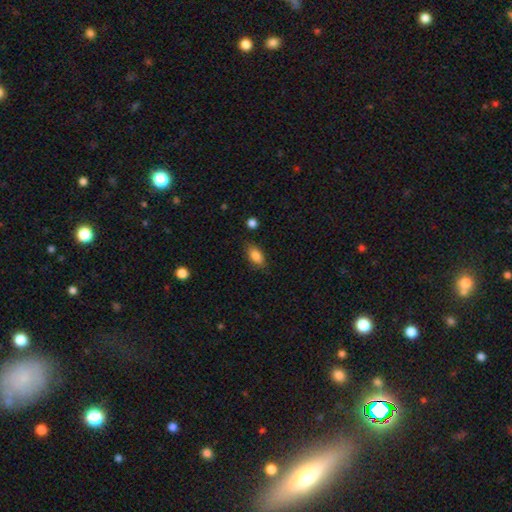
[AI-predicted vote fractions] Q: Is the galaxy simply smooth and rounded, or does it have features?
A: smooth — 85%.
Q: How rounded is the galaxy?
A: in between — 88%.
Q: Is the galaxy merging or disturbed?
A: none — 81%.